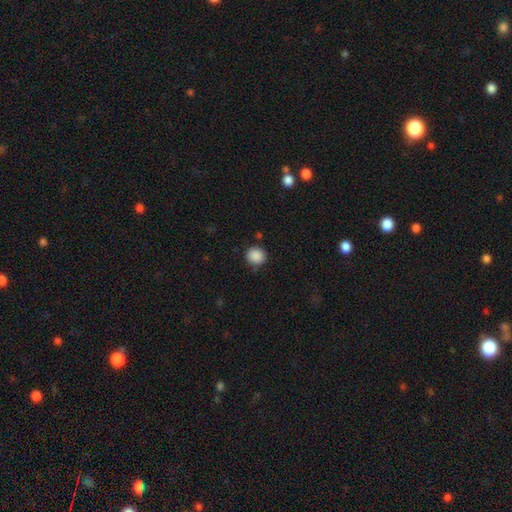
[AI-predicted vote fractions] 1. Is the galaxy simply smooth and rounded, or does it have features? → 88% smooth, 9% star or artifact, 3% featured or disk.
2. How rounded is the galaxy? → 89% round, 10% in between, 1% cigar-shaped.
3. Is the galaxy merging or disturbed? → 86% none, 9% minor disturbance, 3% major disturbance, 2% merger.